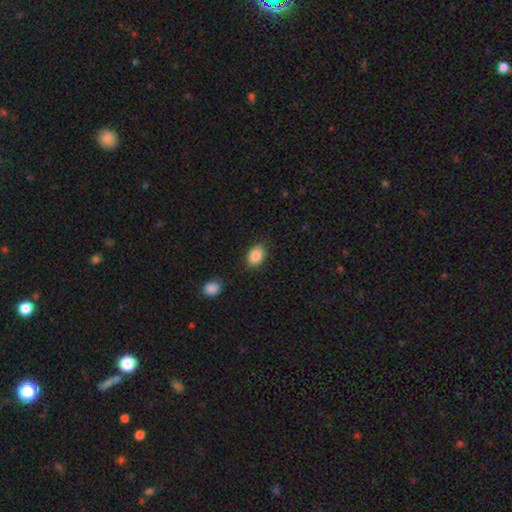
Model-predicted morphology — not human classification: smooth 87%, star or artifact 8%, featured or disk 5%. Down the decision tree: how rounded — in between (80%); merging — none (83%).